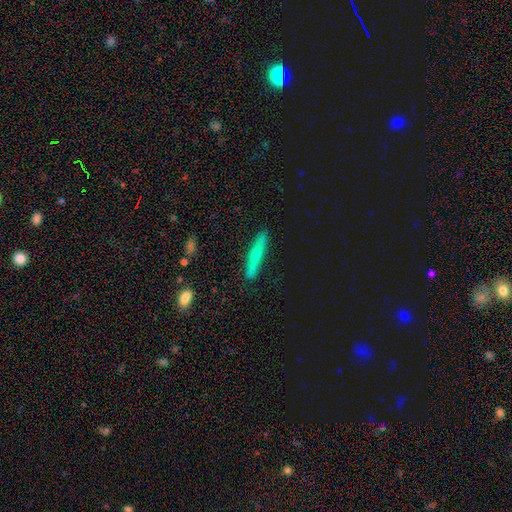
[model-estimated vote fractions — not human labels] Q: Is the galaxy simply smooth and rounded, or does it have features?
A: smooth — 64%.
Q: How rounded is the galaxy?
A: cigar-shaped — 93%.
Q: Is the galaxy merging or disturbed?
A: none — 87%.